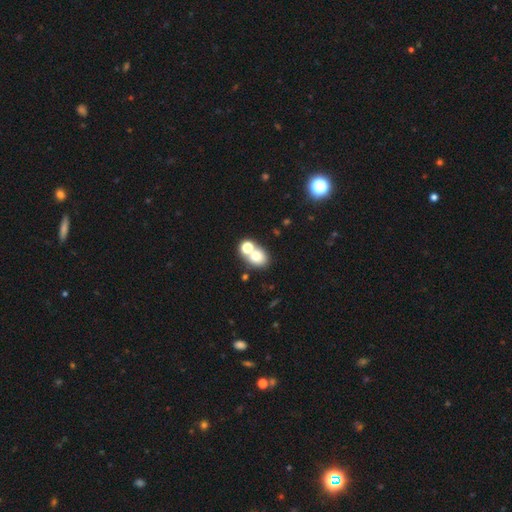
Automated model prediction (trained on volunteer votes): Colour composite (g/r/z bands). It shows a smooth galaxy with no disk features (70%) that is round (56%). Merging: merger (45%).